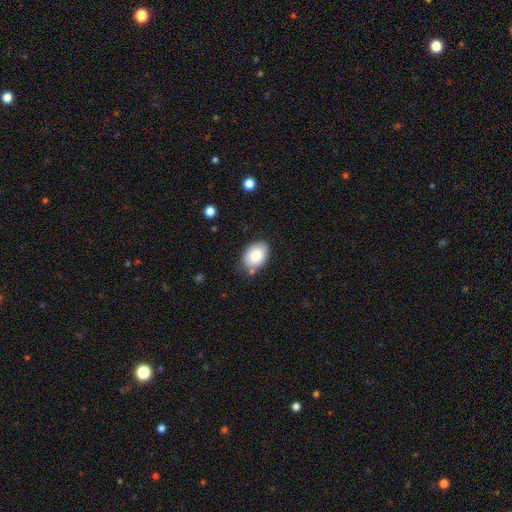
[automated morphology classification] This appears to be a smooth galaxy with no disk features (86%) that is in between round and cigar-shaped (82%). Merging: none (76%).